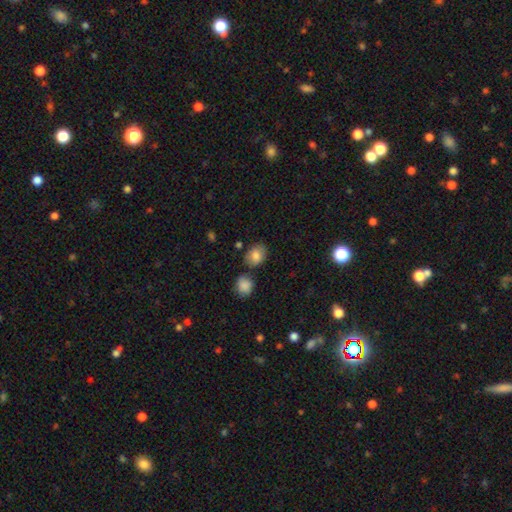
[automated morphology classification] Overall: smooth (82%). How rounded: in between (72%). Merging: none (71%).